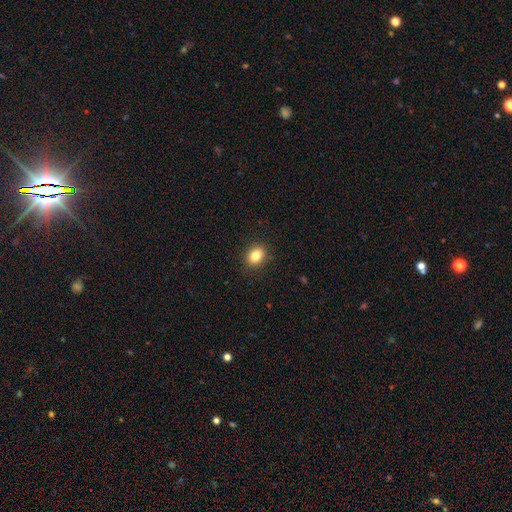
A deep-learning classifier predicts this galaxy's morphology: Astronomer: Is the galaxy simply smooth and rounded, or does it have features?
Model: smooth — 84%.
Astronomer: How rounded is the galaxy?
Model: round — 50% (runner-up: in between, 49%).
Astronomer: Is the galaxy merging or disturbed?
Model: none — 90%.